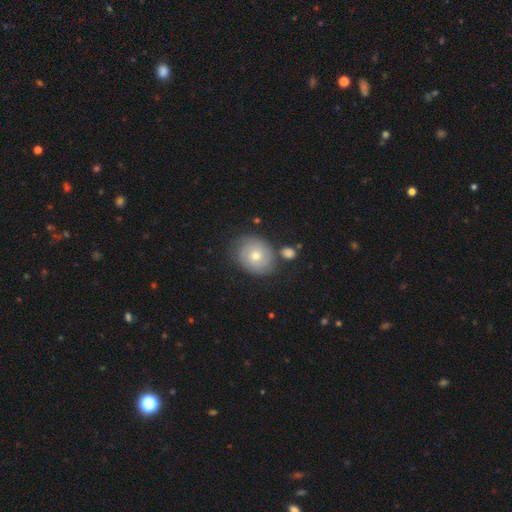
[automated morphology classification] Q: Smooth or featured?
A: featured or disk (64%); runner-up: smooth (29%)
Q: Edge-on disk?
A: no (97%); runner-up: yes (3%)
Q: Bar?
A: no (82%); runner-up: weak (15%)
Q: Spiral arms?
A: yes (87%); runner-up: no (13%)
Q: Spiral winding?
A: tight (75%); runner-up: medium (19%)
Q: Spiral arm count?
A: 2 (46%); runner-up: can't tell (31%)
Q: Bulge size?
A: moderate (57%); runner-up: small (39%)
Q: Merging?
A: none (72%); runner-up: minor disturbance (16%)